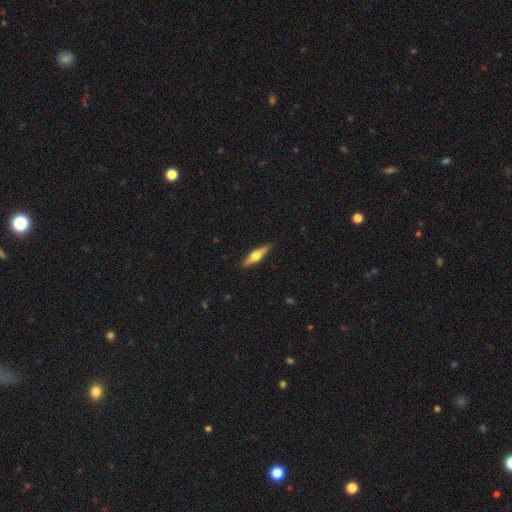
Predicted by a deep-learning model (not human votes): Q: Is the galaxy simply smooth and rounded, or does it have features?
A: featured or disk — 60%.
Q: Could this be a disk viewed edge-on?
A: yes — 96%.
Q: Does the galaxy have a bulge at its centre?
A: rounded — 94%.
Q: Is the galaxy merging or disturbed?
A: none — 90%.